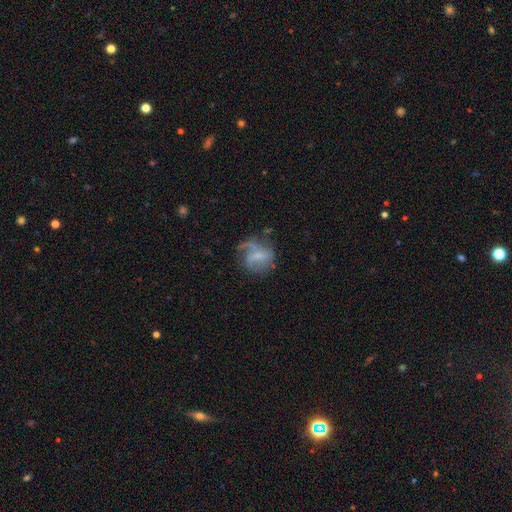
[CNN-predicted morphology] The model was most divided on "bulge size": none: 39%, small: 35%, moderate: 21%, large: 3%, dominant: 1%. Remaining: edge-on disk — no (97%); spiral arms — yes (80%); smooth or featured — featured or disk (65%); bar — weak (47%); merging — none (45%); spiral winding — loose (44%); spiral arm count — 1 (35%).